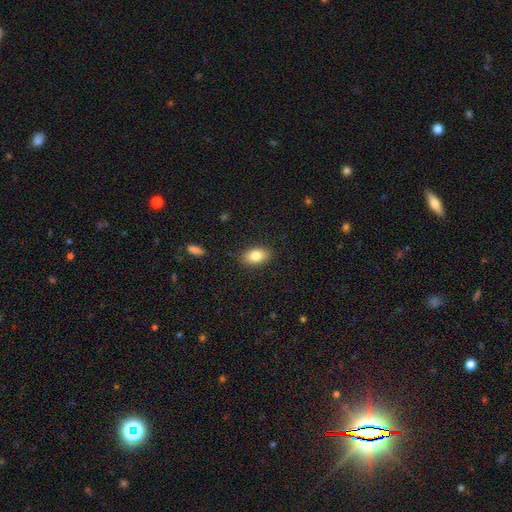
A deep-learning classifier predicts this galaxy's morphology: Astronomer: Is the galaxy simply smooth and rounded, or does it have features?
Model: smooth — 81%.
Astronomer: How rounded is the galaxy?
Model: in between — 86%.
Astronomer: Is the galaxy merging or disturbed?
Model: none — 86%.